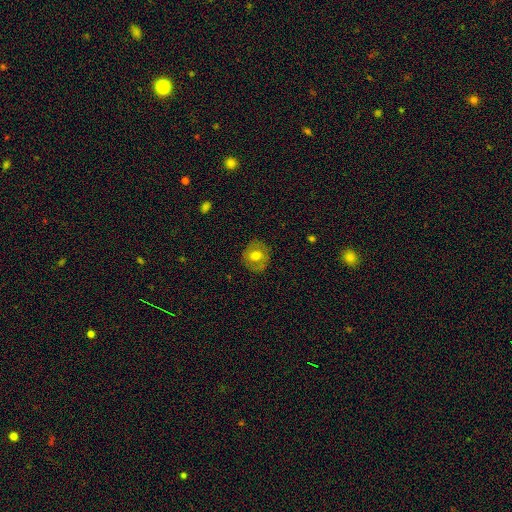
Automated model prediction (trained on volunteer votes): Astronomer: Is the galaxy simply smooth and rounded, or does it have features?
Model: smooth — 60%.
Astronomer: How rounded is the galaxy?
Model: round — 84%.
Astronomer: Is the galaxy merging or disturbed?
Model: none — 85%.